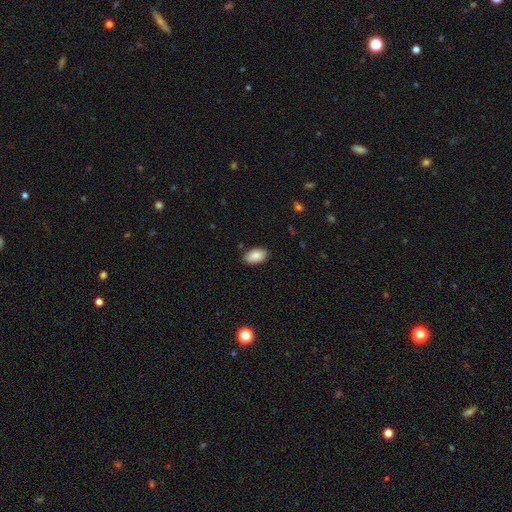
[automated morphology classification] Smooth or featured?
  - smooth: 89% *
  - star or artifact: 7%
  - featured or disk: 5%
How rounded?
  - in between: 95% *
  - round: 4%
  - cigar-shaped: 2%
Merging?
  - none: 86% *
  - minor disturbance: 11%
  - major disturbance: 2%
  - merger: 1%